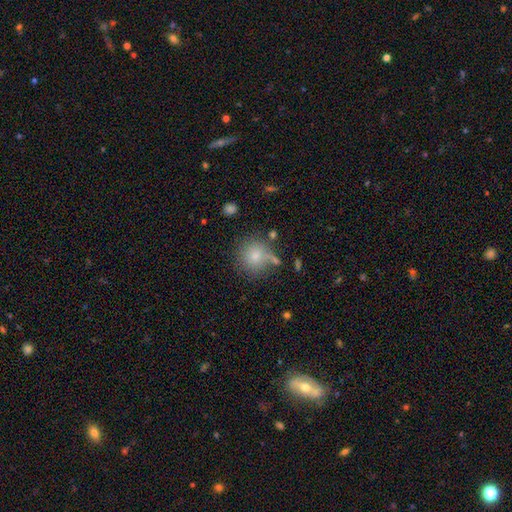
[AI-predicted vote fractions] A smooth galaxy with no disk features (79%) that is round (91%). Merging: none (68%).